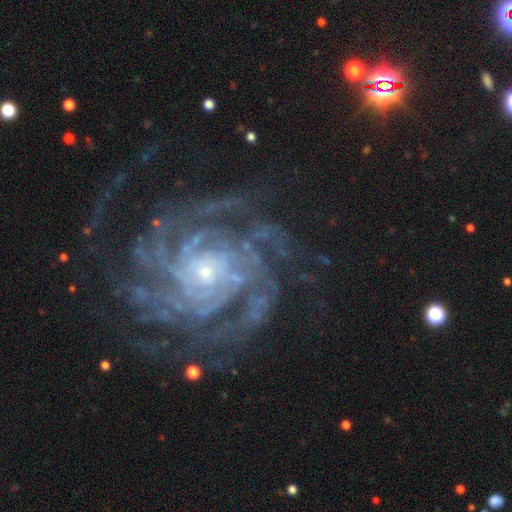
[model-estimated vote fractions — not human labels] A featured or disk galaxy (90%) with no bar (71%), more than 4 (29%) tight (75%) spiral arms (98%) and a small central bulge (76%). Merging: none (76%).